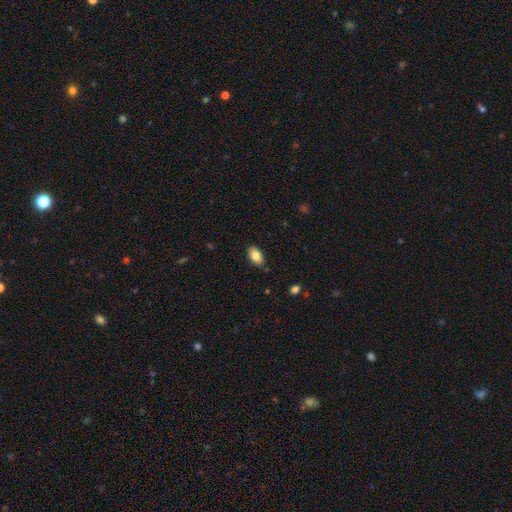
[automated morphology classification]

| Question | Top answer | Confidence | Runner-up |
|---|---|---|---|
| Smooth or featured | smooth | 81% | featured or disk (11%) |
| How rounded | in between | 92% | round (6%) |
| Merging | none | 85% | minor disturbance (11%) |